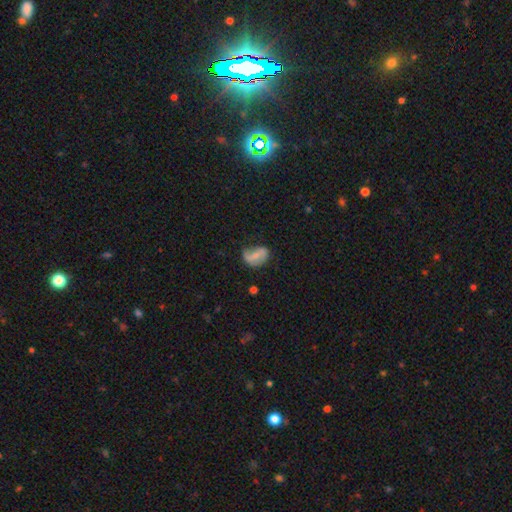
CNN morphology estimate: featured or disk 49%, smooth 42%, star or artifact 9%. Down the decision tree: merging — none (45%).